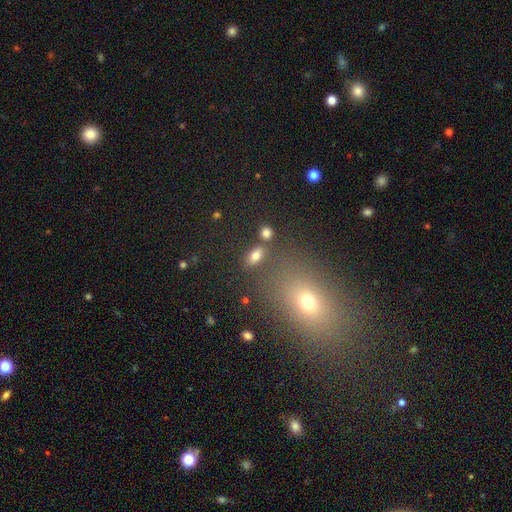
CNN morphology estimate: smooth-or-featured: smooth: 78% | star or artifact: 12% | featured or disk: 10%
  how-rounded: in between: 84% | round: 10% | cigar-shaped: 6%
  merging: none: 78% | minor disturbance: 10% | merger: 8% | major disturbance: 4%